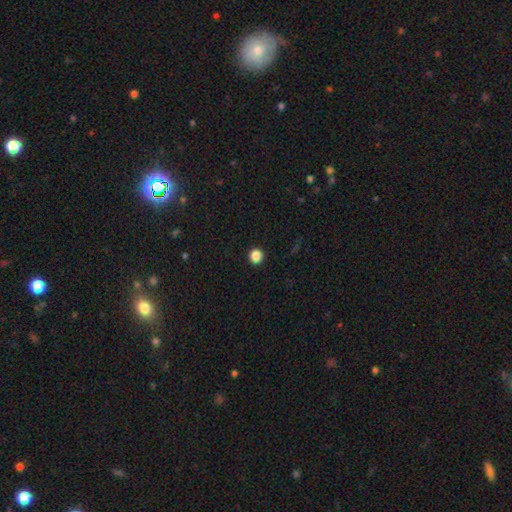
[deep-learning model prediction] Smooth or featured?
  - smooth: 87% *
  - star or artifact: 11%
  - featured or disk: 3%
How rounded?
  - round: 93% *
  - in between: 6%
  - cigar-shaped: 1%
Merging?
  - none: 93% *
  - minor disturbance: 4%
  - major disturbance: 2%
  - merger: 1%